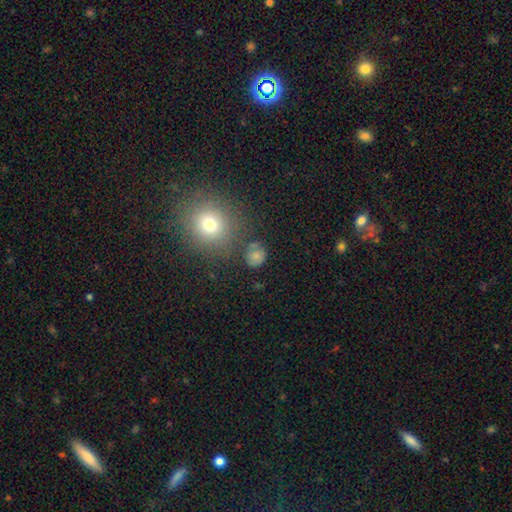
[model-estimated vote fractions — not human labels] A smooth galaxy with no disk features (73%) that is round (78%).

Vote fractions:
- Smooth or featured? smooth: 73% / star or artifact: 16% / featured or disk: 12%
- How rounded? round: 78% / in between: 21% / cigar-shaped: 1%
- Merging? none: 70% / minor disturbance: 16% / merger: 7% / major disturbance: 7%